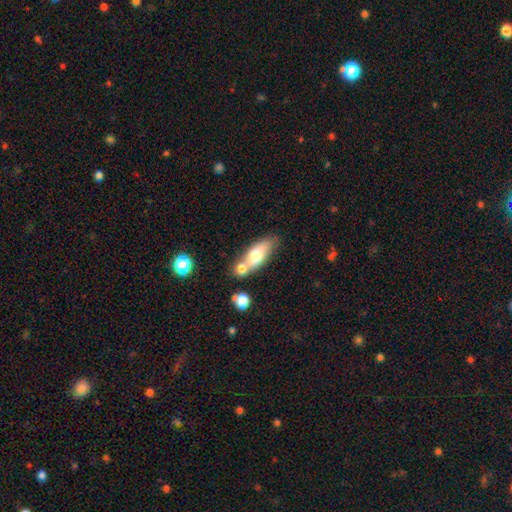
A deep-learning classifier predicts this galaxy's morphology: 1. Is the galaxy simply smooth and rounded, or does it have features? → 69% smooth, 24% featured or disk, 7% star or artifact.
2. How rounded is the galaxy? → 71% in between, 24% cigar-shaped, 5% round.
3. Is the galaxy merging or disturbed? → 43% none, 39% merger, 13% minor disturbance, 5% major disturbance.